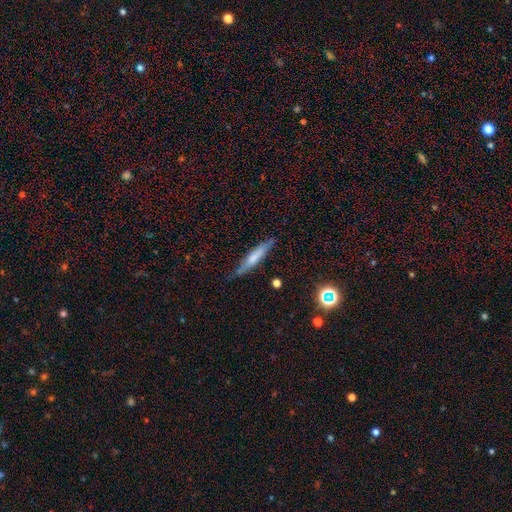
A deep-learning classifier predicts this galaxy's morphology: smooth 52%, featured or disk 39%, star or artifact 10%. Down the decision tree: how rounded — cigar-shaped (89%); merging — none (79%).